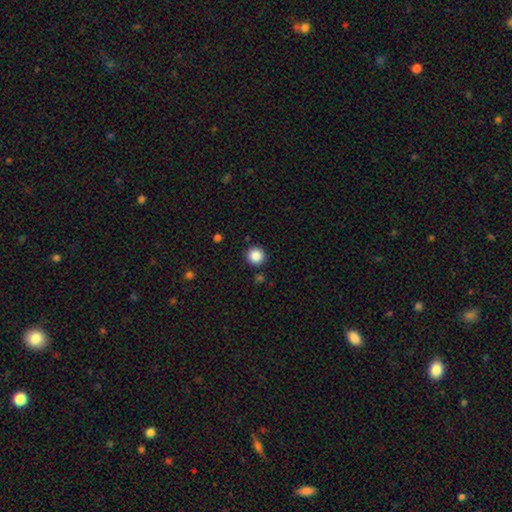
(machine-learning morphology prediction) Smooth or featured? Predicted: smooth (p=0.87). How rounded? Predicted: round (p=0.95). Merging? Predicted: none (p=0.91).